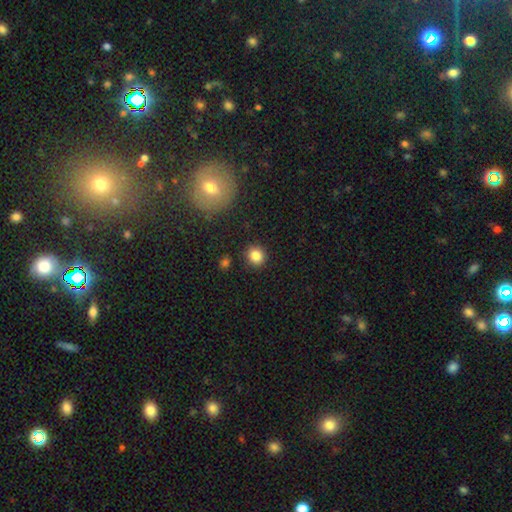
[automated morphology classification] Smooth or featured? Predicted: smooth (p=0.84). How rounded? Predicted: round (p=0.88). Merging? Predicted: none (p=0.89).